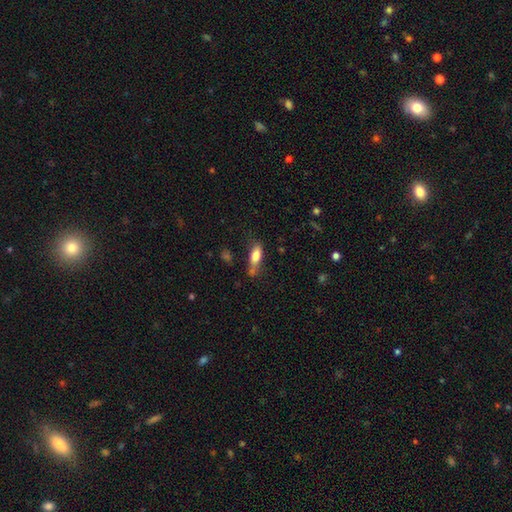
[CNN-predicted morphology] This appears to be a smooth galaxy with no disk features (76%) that is in between round and cigar-shaped (69%). Merging: none (56%).